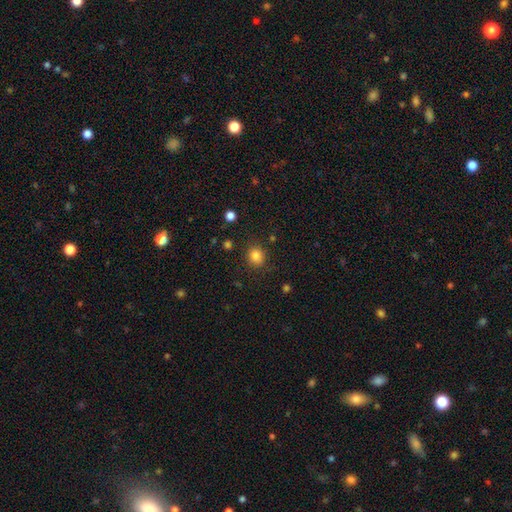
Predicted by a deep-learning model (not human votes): smooth 83%, star or artifact 12%, featured or disk 5%. Down the decision tree: how rounded — round (80%); merging — none (84%).